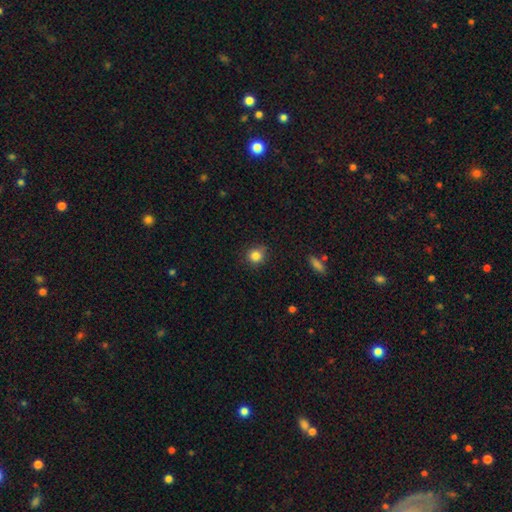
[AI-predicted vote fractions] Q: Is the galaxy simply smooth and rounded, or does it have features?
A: smooth — 84%.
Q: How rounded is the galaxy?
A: round — 88%.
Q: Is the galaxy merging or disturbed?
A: none — 79%.